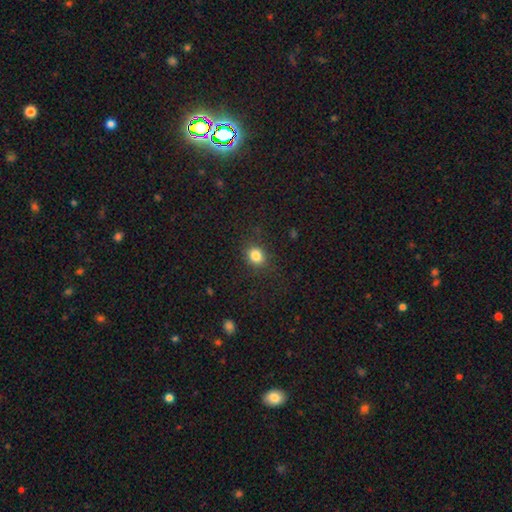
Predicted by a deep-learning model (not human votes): The model was most divided on "how rounded": round: 58%, in between: 41%, cigar-shaped: 1%. More confident: smooth or featured — smooth (84%); merging — none (84%).